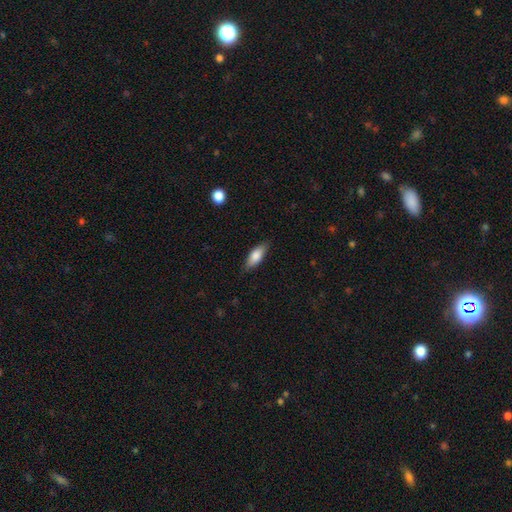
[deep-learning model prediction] The model was most divided on "how rounded": in between: 72%, cigar-shaped: 26%, round: 2%. More confident: merging — none (82%); smooth or featured — smooth (79%).